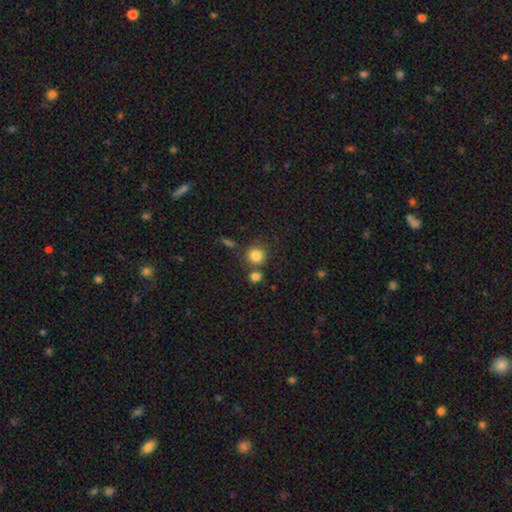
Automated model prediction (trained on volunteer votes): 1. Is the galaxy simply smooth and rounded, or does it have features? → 83% smooth, 11% star or artifact, 6% featured or disk.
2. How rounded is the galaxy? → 87% round, 11% in between, 1% cigar-shaped.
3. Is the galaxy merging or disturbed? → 69% none, 17% merger, 10% minor disturbance, 4% major disturbance.